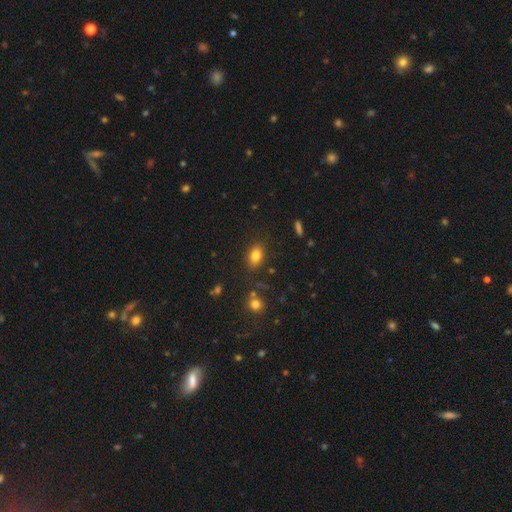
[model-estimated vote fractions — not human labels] Smooth or featured: smooth — 81% (star or artifact — 11%)
How rounded: in between — 79% (round — 19%)
Merging: none — 84% (minor disturbance — 11%)